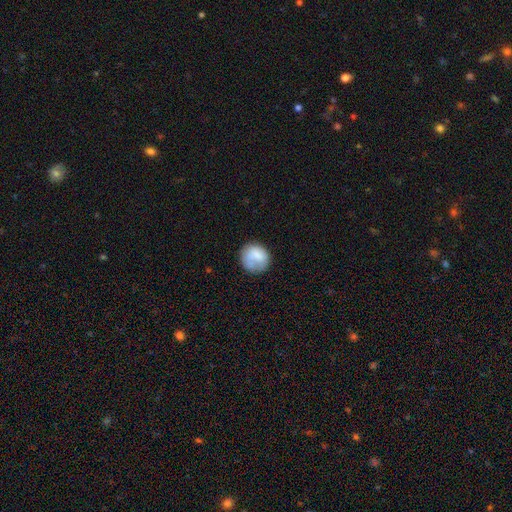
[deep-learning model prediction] This is likely a smooth galaxy (78%). How rounded: clearly round (84%). Merging: likely none (66%).